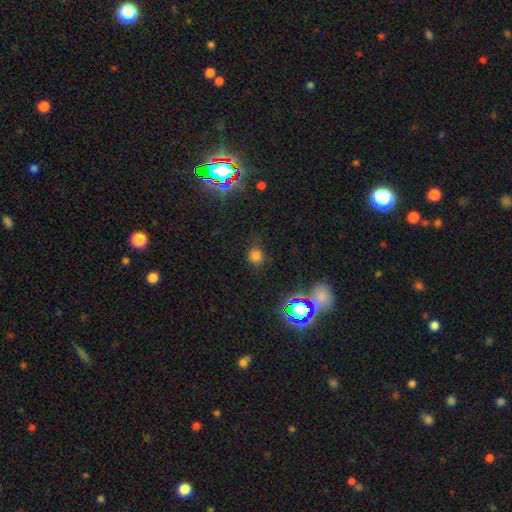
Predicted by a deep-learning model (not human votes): Smooth or featured? smooth (71%)
How rounded? round (83%)
Merging? none (78%)